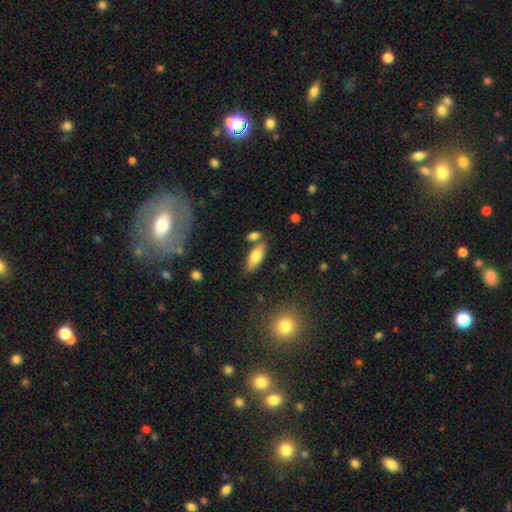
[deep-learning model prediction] smooth 79%, featured or disk 14%, star or artifact 7%. Down the decision tree: how rounded — in between (80%); merging — none (70%).